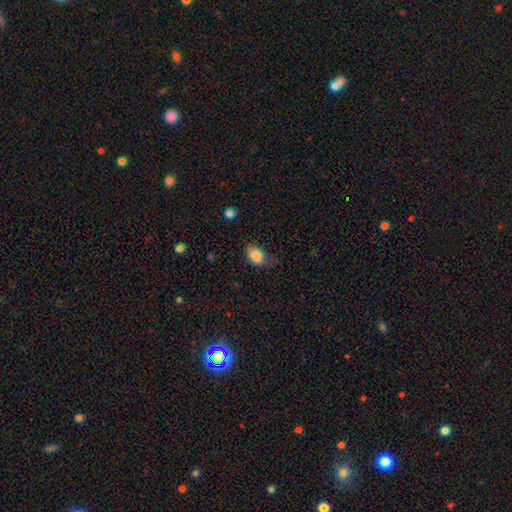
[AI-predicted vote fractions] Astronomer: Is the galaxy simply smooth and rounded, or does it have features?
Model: smooth — 83%.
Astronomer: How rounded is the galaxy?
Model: in between — 80%.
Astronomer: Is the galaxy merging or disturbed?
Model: none — 50% (runner-up: minor disturbance, 37%).